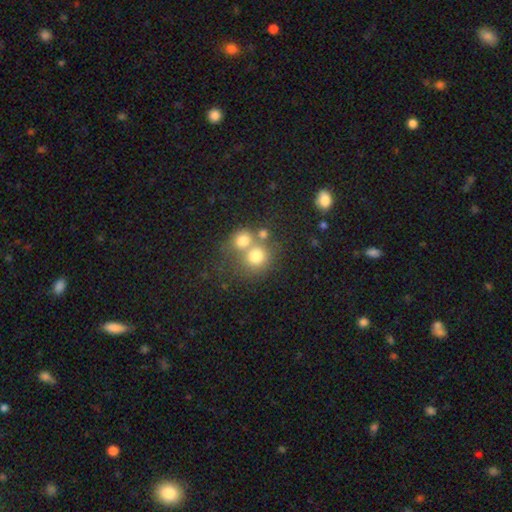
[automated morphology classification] A smooth galaxy with no disk features (71%) that is round (81%).

Vote fractions:
- Smooth or featured? smooth: 71% / featured or disk: 15% / star or artifact: 14%
- How rounded? round: 81% / in between: 18% / cigar-shaped: 1%
- Merging? merger: 47% / none: 41% / minor disturbance: 8% / major disturbance: 5%